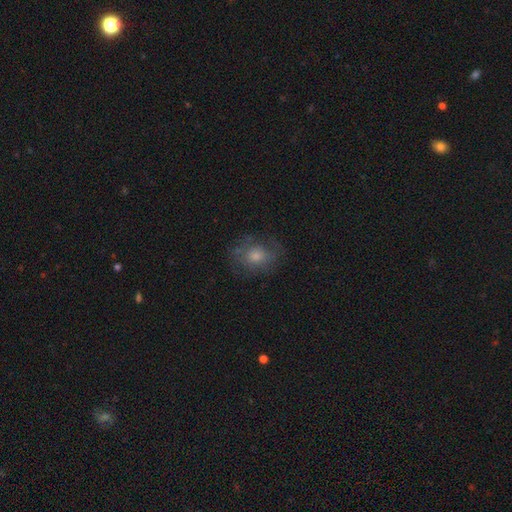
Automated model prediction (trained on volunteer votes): Smooth or featured? Predicted: smooth (p=0.51). How rounded? Predicted: round (p=0.59). Merging? Predicted: none (p=0.72).